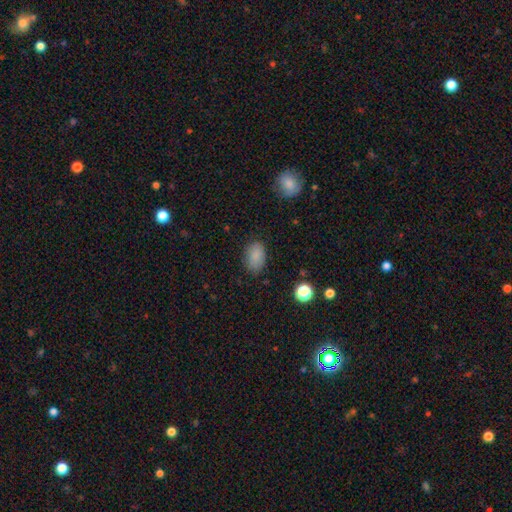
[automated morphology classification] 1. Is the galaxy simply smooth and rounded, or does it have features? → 86% smooth, 9% star or artifact, 5% featured or disk.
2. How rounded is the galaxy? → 88% in between, 11% round, 1% cigar-shaped.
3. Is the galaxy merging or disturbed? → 81% none, 14% minor disturbance, 4% major disturbance, 1% merger.